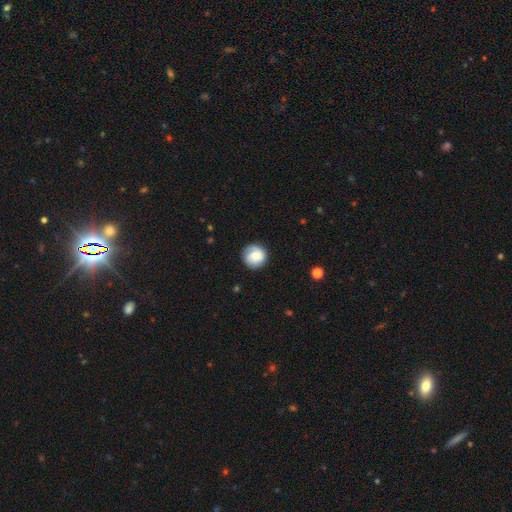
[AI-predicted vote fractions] Q: Smooth or featured?
A: smooth (63%); runner-up: featured or disk (29%)
Q: How rounded?
A: round (92%); runner-up: in between (7%)
Q: Merging?
A: none (79%); runner-up: minor disturbance (15%)